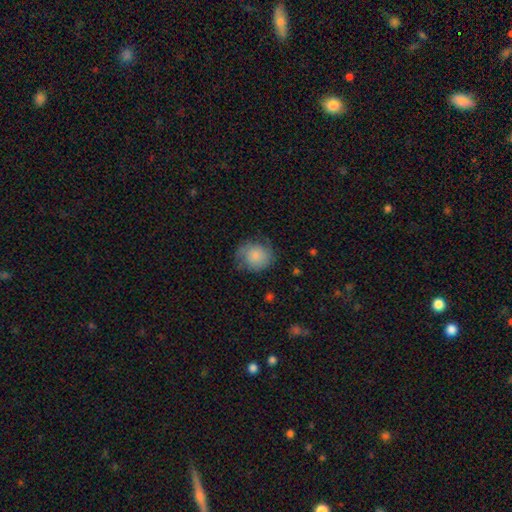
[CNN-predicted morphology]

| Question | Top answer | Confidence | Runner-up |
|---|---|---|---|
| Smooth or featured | smooth | 71% | featured or disk (21%) |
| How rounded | round | 78% | in between (21%) |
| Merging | none | 62% | minor disturbance (26%) |